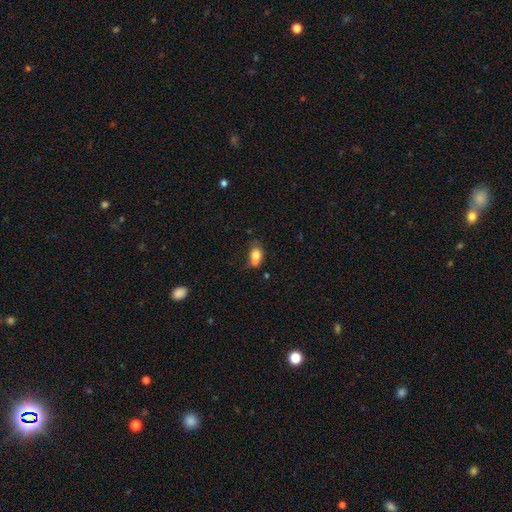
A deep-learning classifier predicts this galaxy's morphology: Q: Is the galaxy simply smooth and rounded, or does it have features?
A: smooth — 76%.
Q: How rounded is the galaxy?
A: in between — 68%.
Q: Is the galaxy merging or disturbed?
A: merger — 36%.